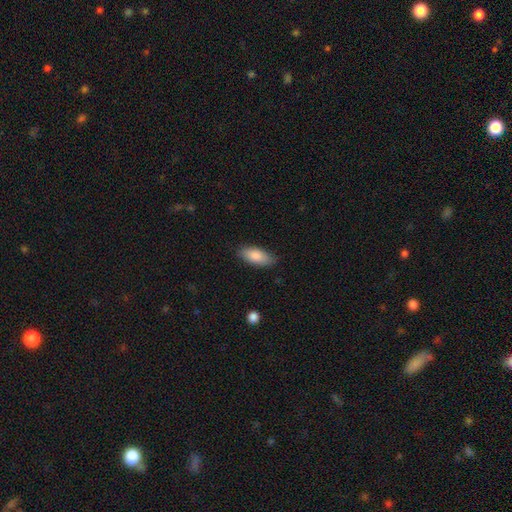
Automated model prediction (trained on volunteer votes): This appears to be a smooth galaxy with no disk features (85%) that is in between round and cigar-shaped (85%). Merging: none (84%).